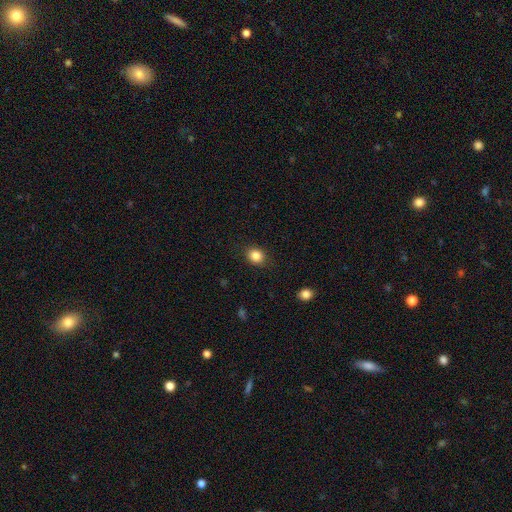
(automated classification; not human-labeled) A smooth galaxy with no disk features (85%) that is round (64%). Merging: none (88%).